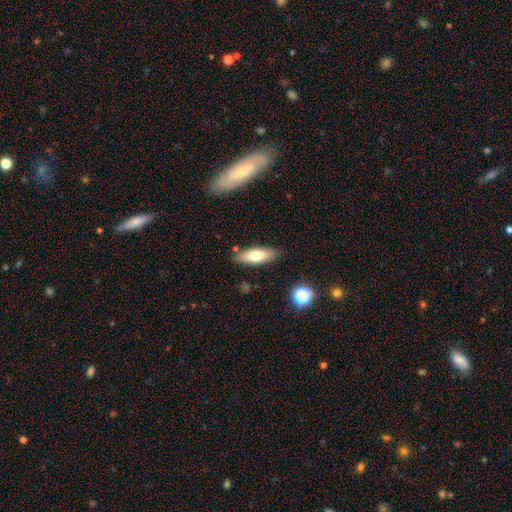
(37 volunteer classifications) Smooth or featured: smooth — 84% (featured or disk — 14%)
How rounded: in between — 84% (cigar-shaped — 13%)
Merging: none — 86% (minor disturbance — 11%)